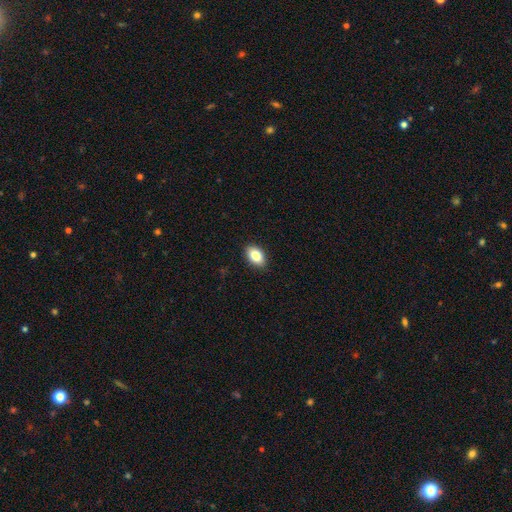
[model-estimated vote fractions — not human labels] smooth_or_featured: smooth (p=0.84) [alt: featured or disk p=0.08]
how_rounded: in between (p=0.90) [alt: round p=0.09]
merging: none (p=0.90) [alt: minor disturbance p=0.07]